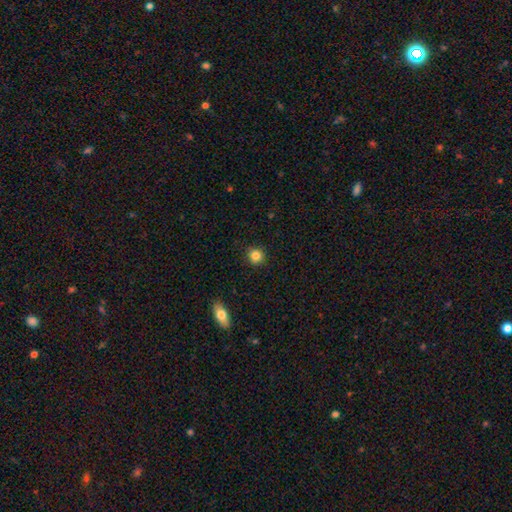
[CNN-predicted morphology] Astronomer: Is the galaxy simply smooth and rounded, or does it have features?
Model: smooth — 84%.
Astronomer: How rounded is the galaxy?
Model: round — 91%.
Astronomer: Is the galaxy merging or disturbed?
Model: none — 90%.